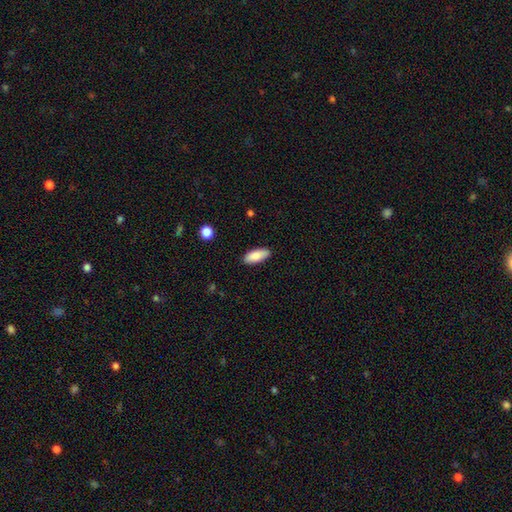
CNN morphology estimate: This is clearly a smooth galaxy (87%). How rounded: likely in between (80%). Merging: clearly none (86%).